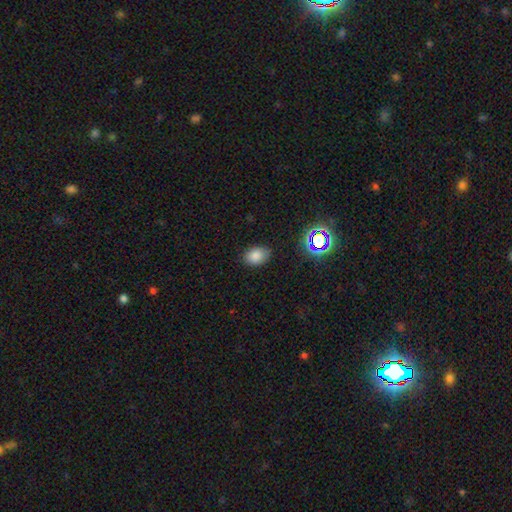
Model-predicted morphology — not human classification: Q: Smooth or featured?
A: smooth (81%); runner-up: star or artifact (13%)
Q: How rounded?
A: in between (76%); runner-up: round (23%)
Q: Merging?
A: none (83%); runner-up: minor disturbance (13%)